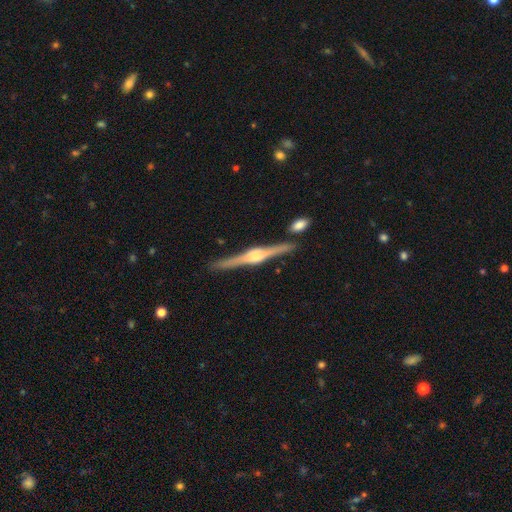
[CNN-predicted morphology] A featured or disk galaxy (87%) viewed edge-on (98%) with a rounded central bulge (86%).

Vote fractions:
- Smooth or featured? featured or disk: 87% / smooth: 8% / star or artifact: 5%
- Edge-on disk? yes: 98% / no: 2%
- Edge-on bulge? rounded: 86% / boxy: 12% / none: 3%
- Merging? none: 87% / minor disturbance: 7% / merger: 4% / major disturbance: 2%